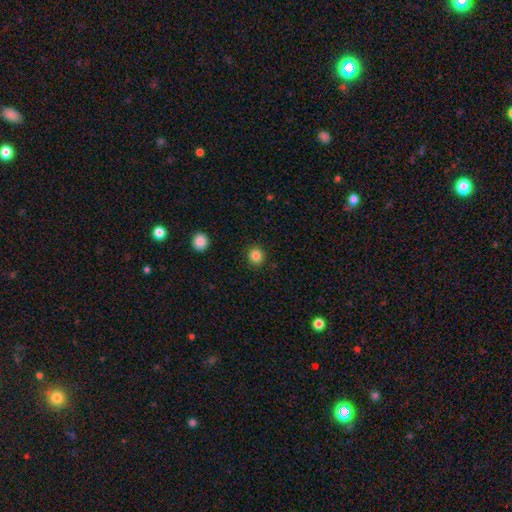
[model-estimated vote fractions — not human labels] A smooth galaxy with no disk features (85%) that is round (89%).

Vote fractions:
- Smooth or featured? smooth: 85% / star or artifact: 11% / featured or disk: 5%
- How rounded? round: 89% / in between: 10% / cigar-shaped: 1%
- Merging? none: 91% / minor disturbance: 6% / major disturbance: 2% / merger: 1%